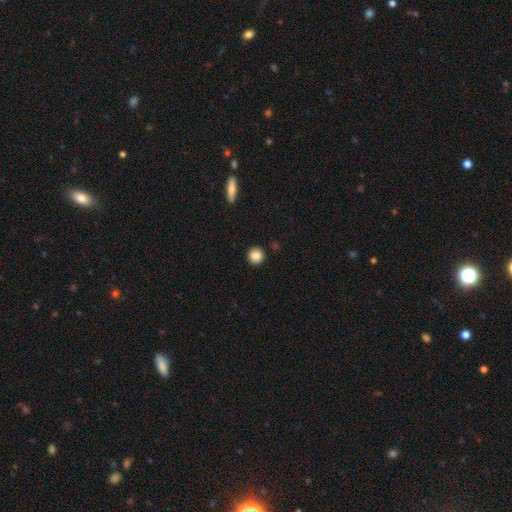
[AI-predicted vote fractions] This appears to be a smooth galaxy with no disk features (86%) that is round (93%). Merging: none (91%).